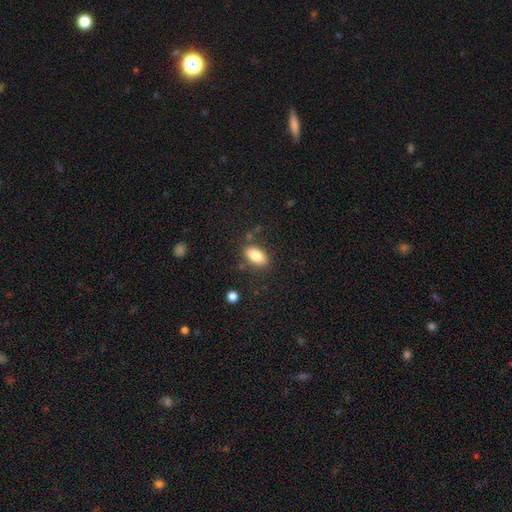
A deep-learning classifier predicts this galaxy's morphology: smooth_or_featured: smooth (p=0.81) [alt: featured or disk p=0.11]
how_rounded: in between (p=0.91) [alt: round p=0.06]
merging: none (p=0.82) [alt: minor disturbance p=0.12]